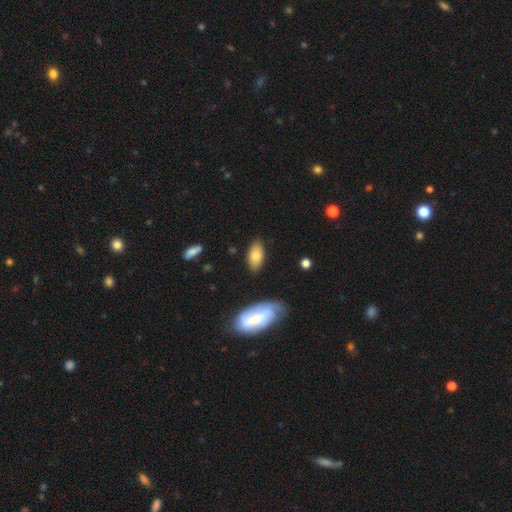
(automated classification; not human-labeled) Overall: smooth (77%). How rounded: in between (91%). Merging: none (83%).